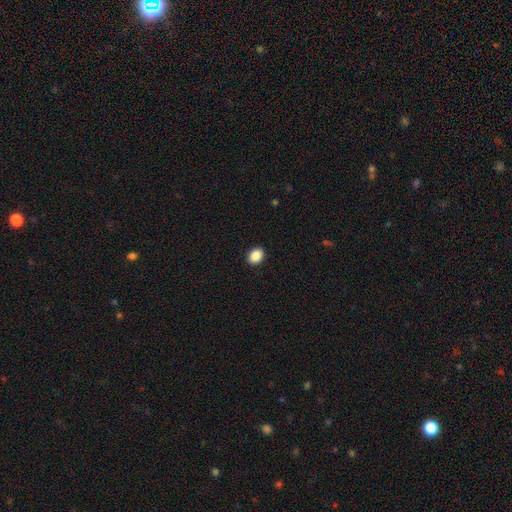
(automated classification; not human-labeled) smooth_or_featured: smooth (p=0.89) [alt: star or artifact p=0.08]
how_rounded: in between (p=0.69) [alt: round p=0.30]
merging: none (p=0.91) [alt: minor disturbance p=0.06]